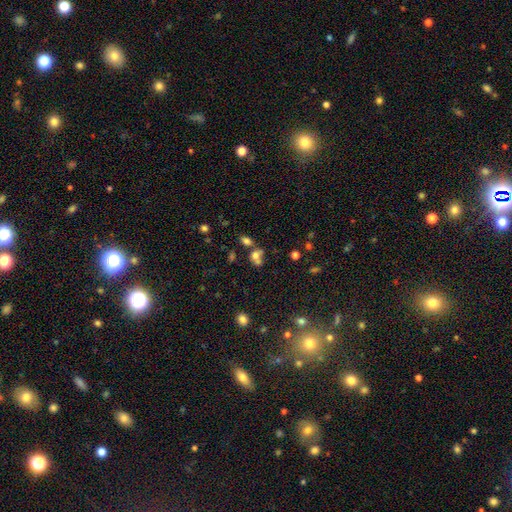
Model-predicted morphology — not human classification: smooth_or_featured: smooth (p=0.69) [alt: star or artifact p=0.16]
how_rounded: in between (p=0.52) [alt: round p=0.46]
merging: merger (p=0.51) [alt: none p=0.33]